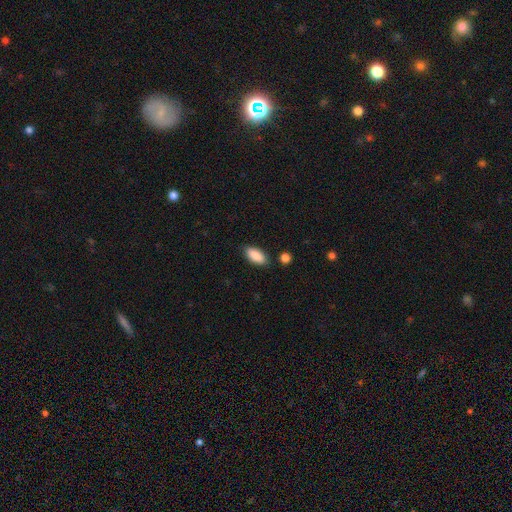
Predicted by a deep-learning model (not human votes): smooth-or-featured: smooth: 89% | star or artifact: 6% | featured or disk: 5%
  how-rounded: in between: 88% | cigar-shaped: 9% | round: 2%
  merging: none: 84% | minor disturbance: 11% | merger: 3% | major disturbance: 2%